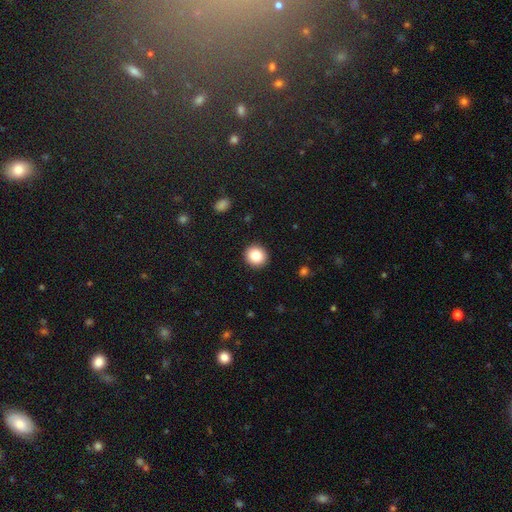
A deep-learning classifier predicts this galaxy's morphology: This appears to be a smooth galaxy with no disk features (85%) that is round (91%). Merging: none (92%).